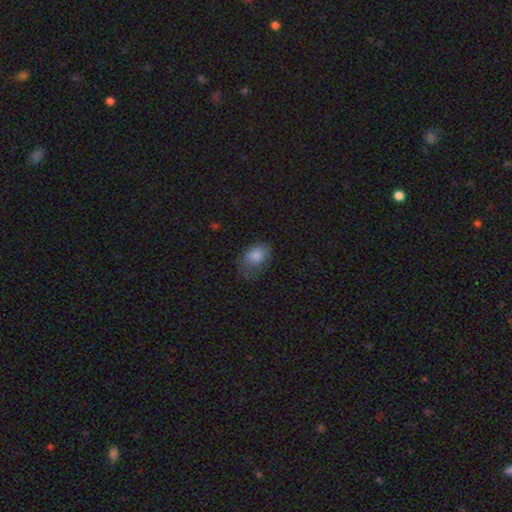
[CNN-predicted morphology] A smooth galaxy with no disk features (83%) that is in between round and cigar-shaped (84%). Merging: none (49%).